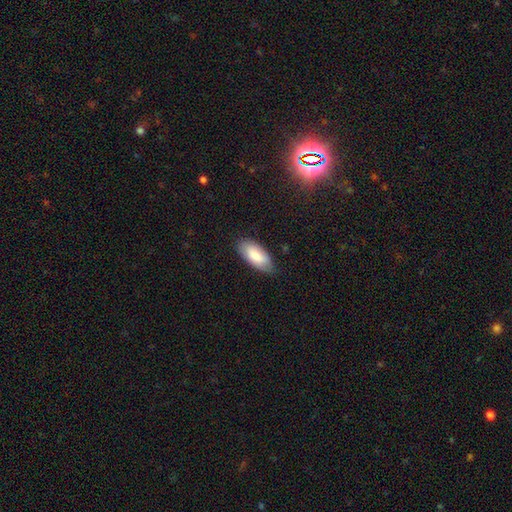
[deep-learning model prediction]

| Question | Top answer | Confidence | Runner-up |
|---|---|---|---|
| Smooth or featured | smooth | 79% | featured or disk (15%) |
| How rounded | in between | 90% | cigar-shaped (8%) |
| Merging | none | 79% | minor disturbance (17%) |